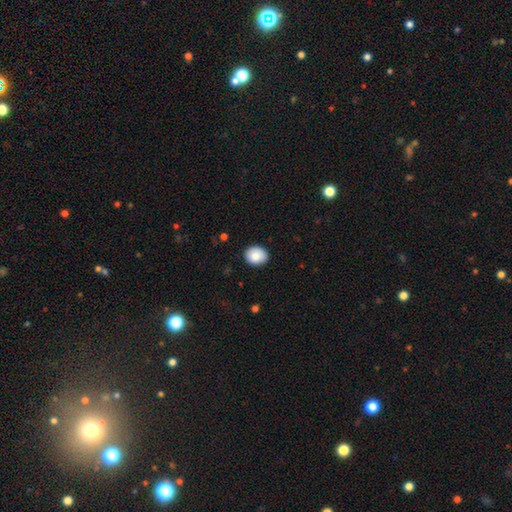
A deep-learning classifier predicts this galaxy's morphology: This is clearly a smooth galaxy (87%). How rounded: possibly round (59%). Merging: clearly none (88%).